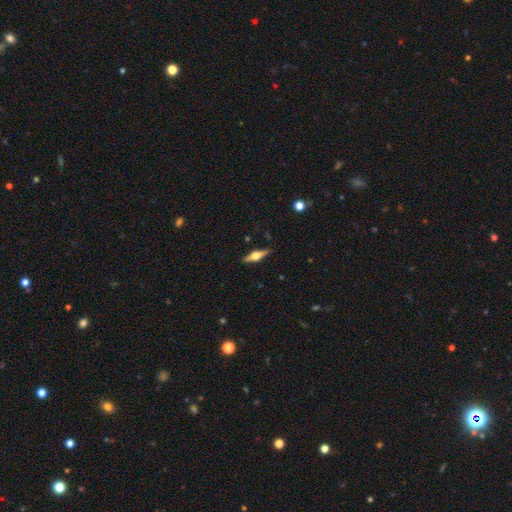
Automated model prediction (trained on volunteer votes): Smooth or featured? featured or disk (70%)
Edge-on disk? yes (97%)
Edge-on bulge? rounded (94%)
Merging? none (89%)